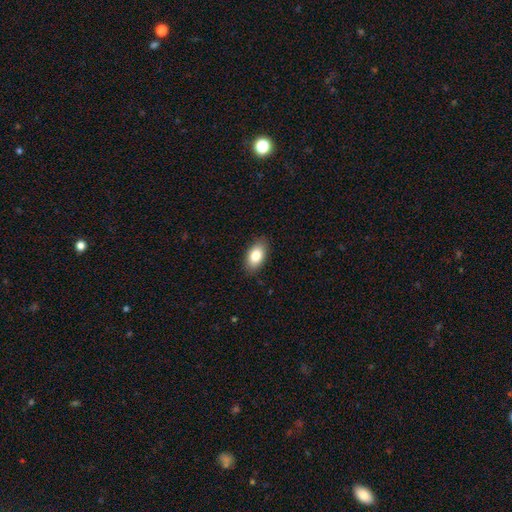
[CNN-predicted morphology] type=smooth (84%); roundness=in between (93%); merging=none (87%).